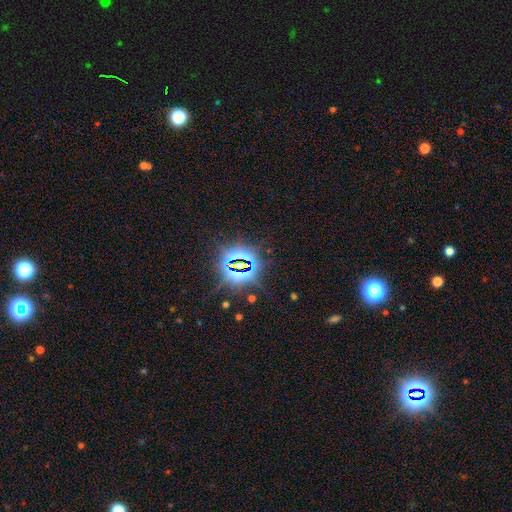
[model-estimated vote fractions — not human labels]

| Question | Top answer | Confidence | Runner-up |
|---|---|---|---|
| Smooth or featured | star or artifact | 82% | smooth (11%) |